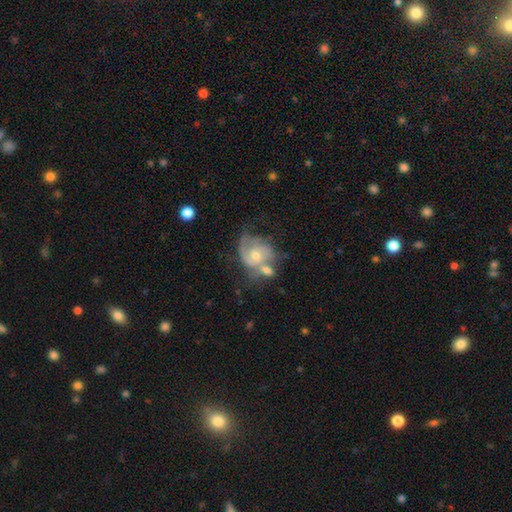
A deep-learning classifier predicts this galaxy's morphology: A featured or disk galaxy (78%) with no bar (61%), 2 (63%) medium (47%) spiral arms (91%) and a moderate central bulge (55%). Merging: merger (35%).